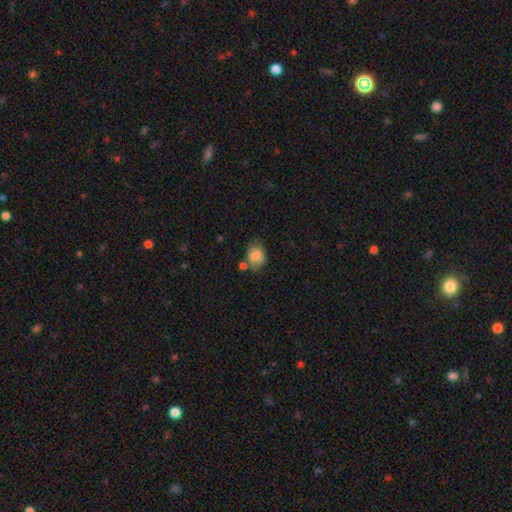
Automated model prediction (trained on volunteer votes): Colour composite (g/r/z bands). It shows a smooth galaxy with no disk features (74%) that is in between round and cigar-shaped (77%). Merging: none (48%).